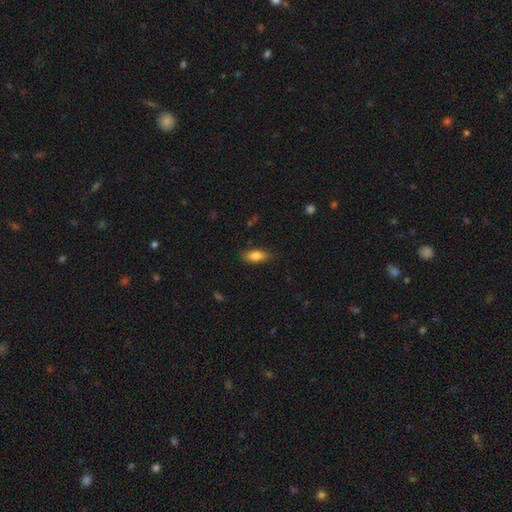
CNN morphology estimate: The model was most divided on "how rounded": in between: 79%, cigar-shaped: 18%, round: 3%. More confident: smooth or featured — smooth (82%); merging — none (80%).